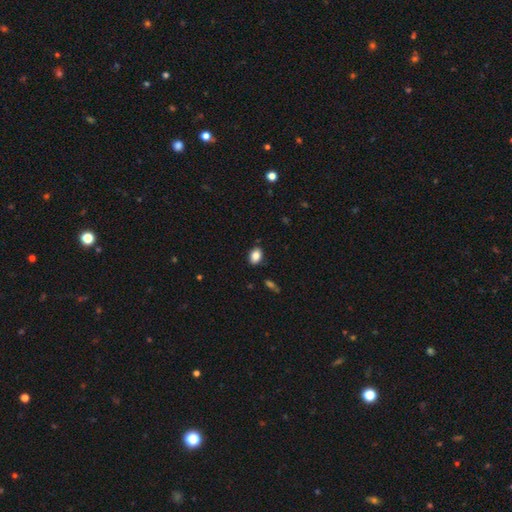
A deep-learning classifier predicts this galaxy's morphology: type=smooth (85%); roundness=in between (77%); merging=none (87%).